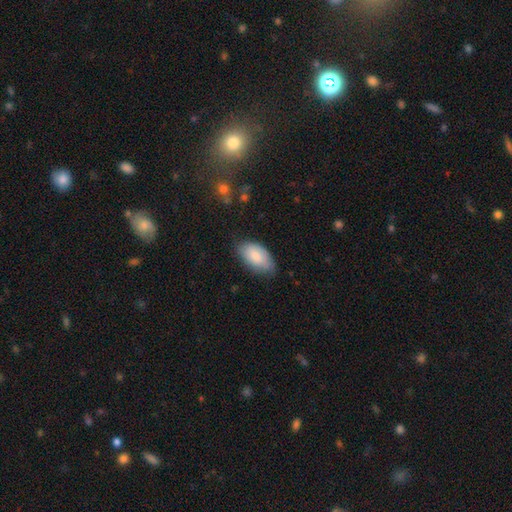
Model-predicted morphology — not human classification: This is likely a smooth galaxy (80%). How rounded: clearly in between (94%). Merging: likely none (66%).